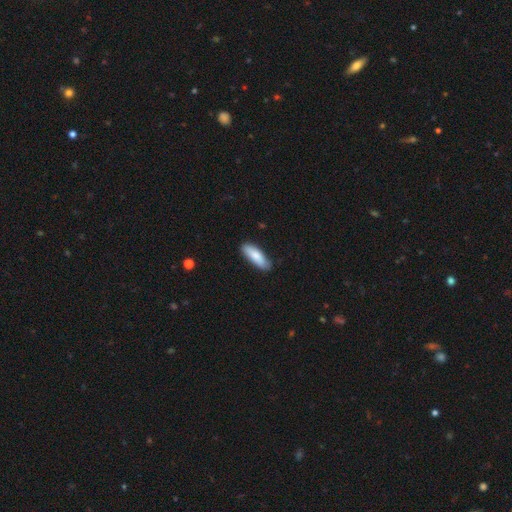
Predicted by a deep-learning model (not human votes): Smooth or featured?
  - smooth: 82% *
  - featured or disk: 12%
  - star or artifact: 5%
How rounded?
  - in between: 55% *
  - cigar-shaped: 43%
  - round: 2%
Merging?
  - none: 83% *
  - minor disturbance: 13%
  - major disturbance: 2%
  - merger: 1%